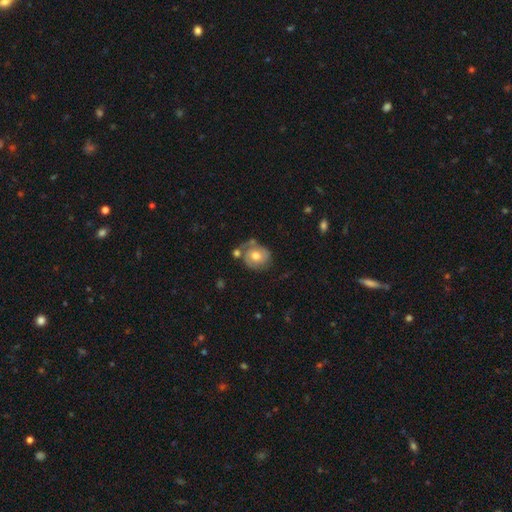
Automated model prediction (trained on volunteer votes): Smooth or featured?
  - featured or disk: 54% *
  - smooth: 39%
  - star or artifact: 7%
Edge-on disk?
  - no: 97% *
  - yes: 3%
Bar?
  - no: 80% *
  - weak: 17%
  - strong: 3%
Spiral arms?
  - yes: 76% *
  - no: 24%
Bulge size?
  - moderate: 72% *
  - large: 15%
  - small: 10%
  - none: 1%
  - dominant: 1%
Merging?
  - none: 52% *
  - minor disturbance: 22%
  - major disturbance: 13%
  - merger: 13%